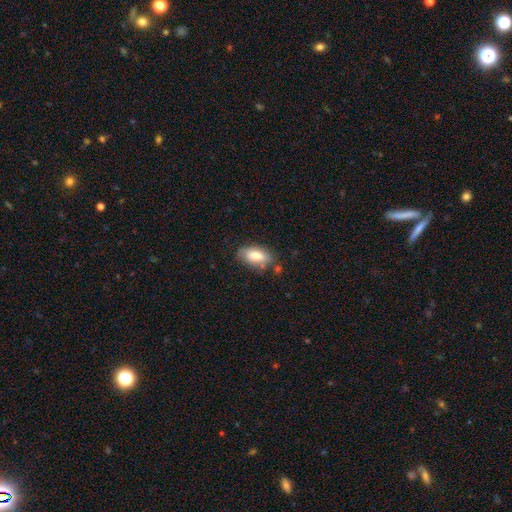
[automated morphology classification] This appears to be a smooth galaxy with no disk features (78%) that is in between round and cigar-shaped (89%). Merging: none (71%).